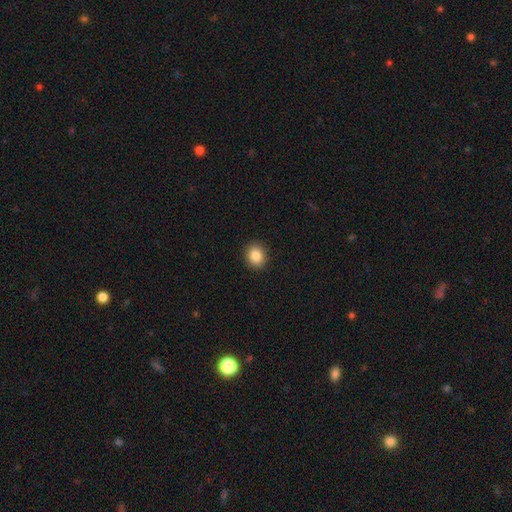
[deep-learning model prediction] Smooth or featured? smooth (86%)
How rounded? round (61%)
Merging? none (91%)